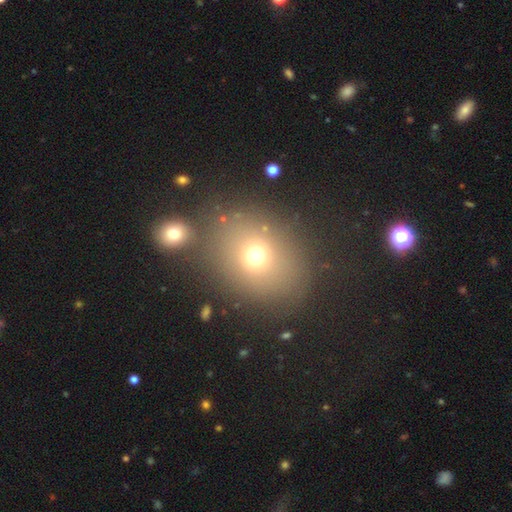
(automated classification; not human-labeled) Q: Smooth or featured?
A: smooth (69%); runner-up: star or artifact (18%)
Q: How rounded?
A: round (58%); runner-up: in between (40%)
Q: Merging?
A: none (69%); runner-up: merger (13%)